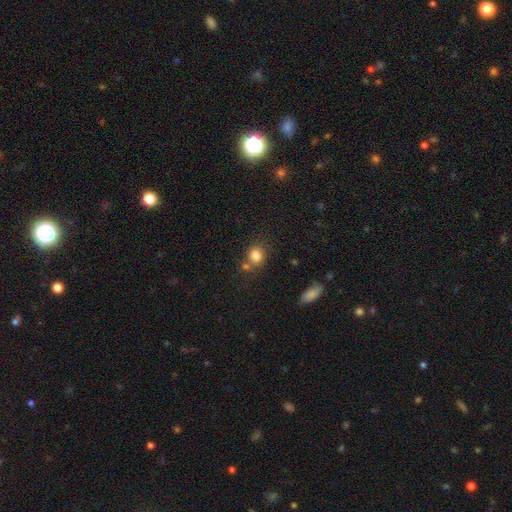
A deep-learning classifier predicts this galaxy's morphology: Smooth or featured? smooth (81%)
How rounded? round (66%)
Merging? none (57%)